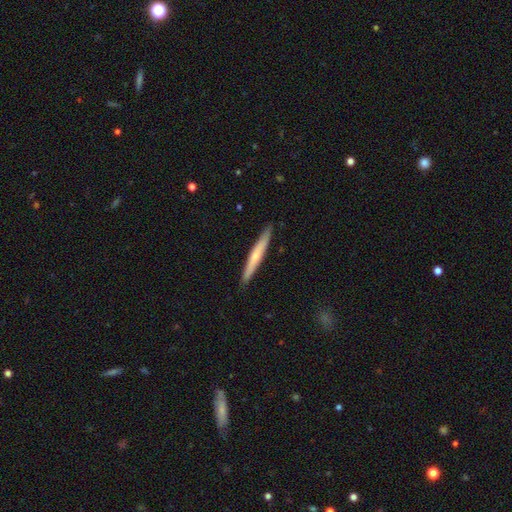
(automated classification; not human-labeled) This is possibly a smooth galaxy (51%). How rounded: clearly cigar-shaped (96%). Merging: clearly none (90%).